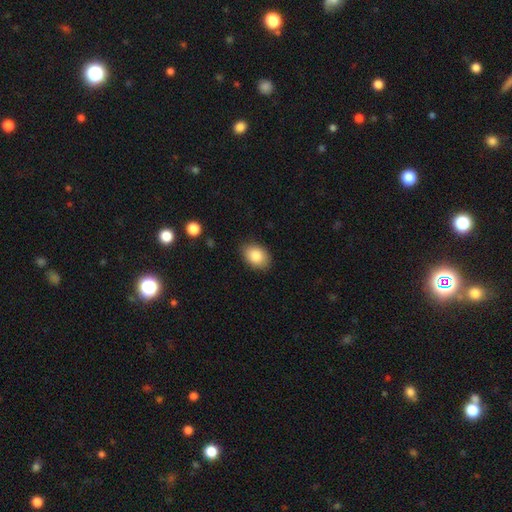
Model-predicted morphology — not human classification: Overall: smooth (86%). How rounded: in between (81%). Merging: none (85%).